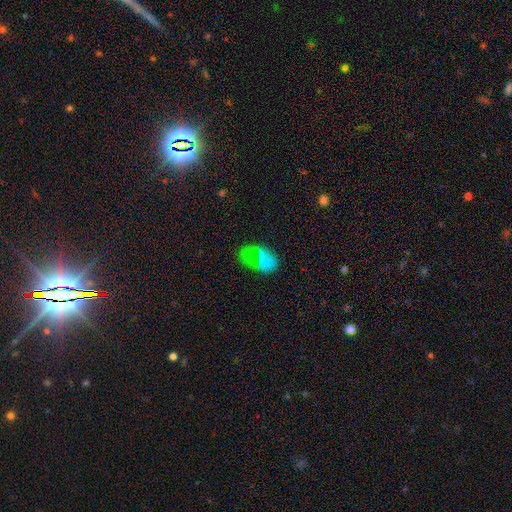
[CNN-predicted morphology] Q: Smooth or featured?
A: smooth (61%); runner-up: star or artifact (27%)
Q: How rounded?
A: in between (89%); runner-up: round (8%)
Q: Merging?
A: none (76%); runner-up: minor disturbance (16%)